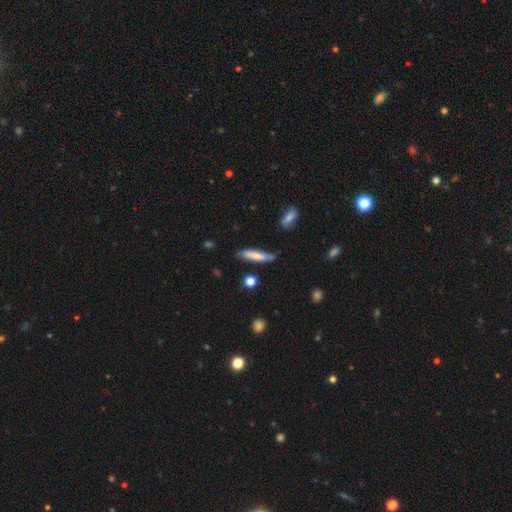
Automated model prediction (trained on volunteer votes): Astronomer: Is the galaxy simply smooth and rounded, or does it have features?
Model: smooth — 74%.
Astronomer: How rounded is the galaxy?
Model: cigar-shaped — 81%.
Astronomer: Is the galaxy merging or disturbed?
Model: none — 74%.